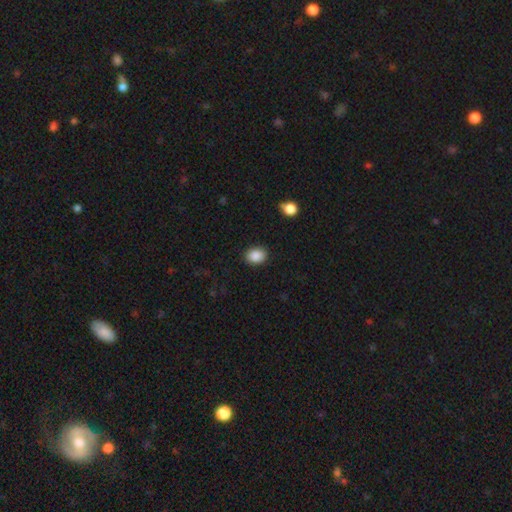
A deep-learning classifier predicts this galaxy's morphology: smooth-or-featured: smooth: 88% | star or artifact: 9% | featured or disk: 3%
  how-rounded: in between: 57% | round: 43% | cigar-shaped: 1%
  merging: none: 88% | minor disturbance: 9% | major disturbance: 2% | merger: 1%